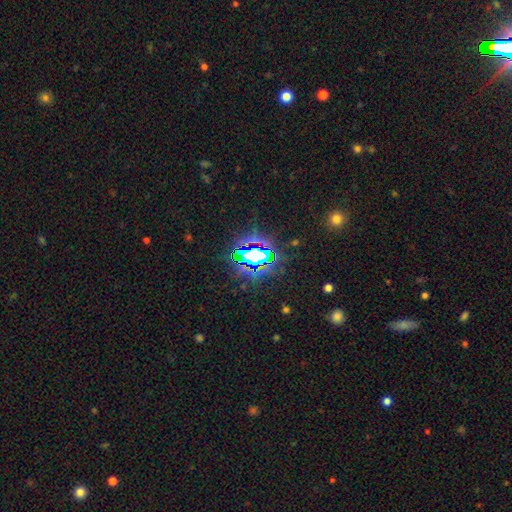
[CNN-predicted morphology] star or artifact 76%, smooth 13%, featured or disk 11%.